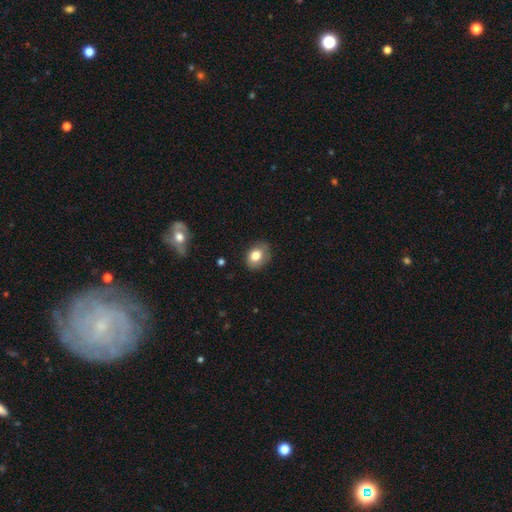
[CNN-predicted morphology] Q: Smooth or featured?
A: smooth (79%); runner-up: featured or disk (12%)
Q: How rounded?
A: in between (57%); runner-up: round (42%)
Q: Merging?
A: none (74%); runner-up: minor disturbance (20%)